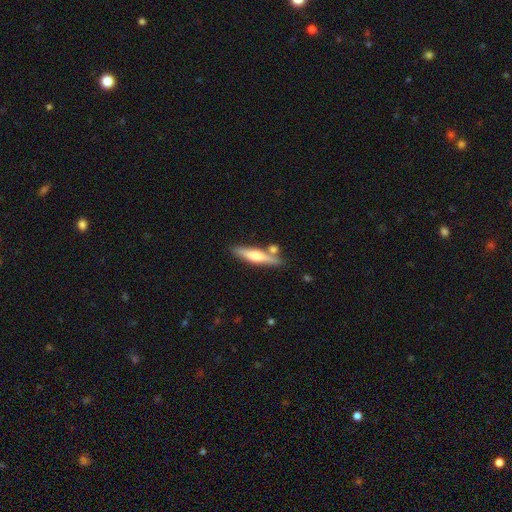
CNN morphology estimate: A featured or disk galaxy (51%) viewed edge-on (94%). Merging: none (74%).